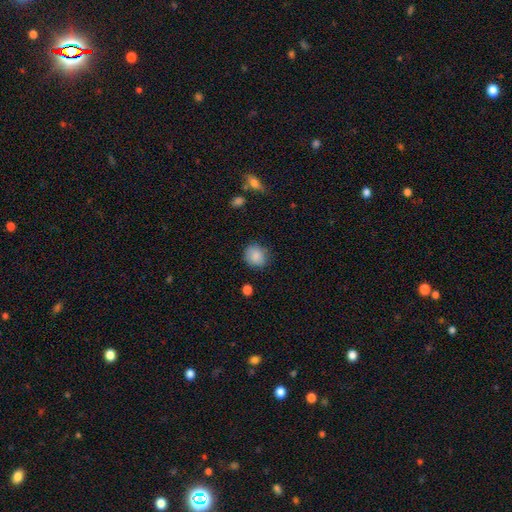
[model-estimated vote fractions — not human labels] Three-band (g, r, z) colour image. It shows a smooth galaxy with no disk features (87%) that is round (76%). Merging: none (80%).